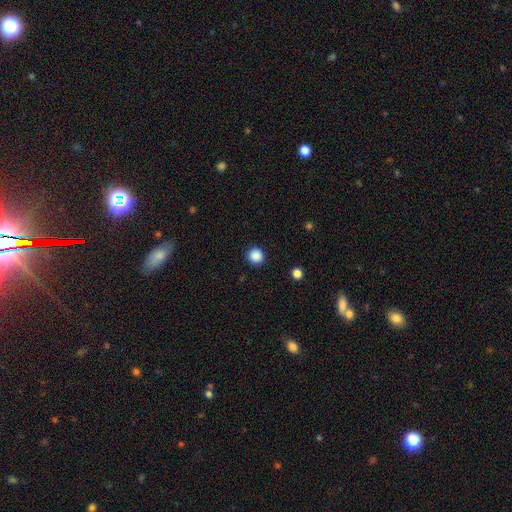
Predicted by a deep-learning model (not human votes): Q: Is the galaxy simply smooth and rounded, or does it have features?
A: smooth — 88%.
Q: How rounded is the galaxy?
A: round — 95%.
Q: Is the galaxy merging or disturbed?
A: none — 92%.